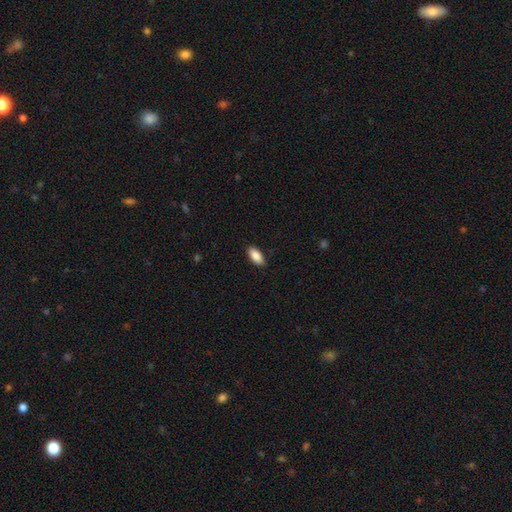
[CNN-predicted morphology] This appears to be a smooth galaxy with no disk features (87%) that is in between round and cigar-shaped (89%). Merging: none (89%).